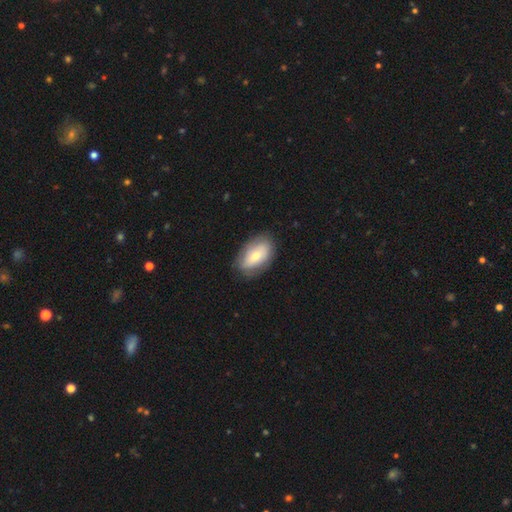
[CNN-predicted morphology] The model was most divided on "smooth or featured": smooth: 68%, featured or disk: 26%, star or artifact: 6%. More confident: how rounded — in between (92%); merging — none (79%).